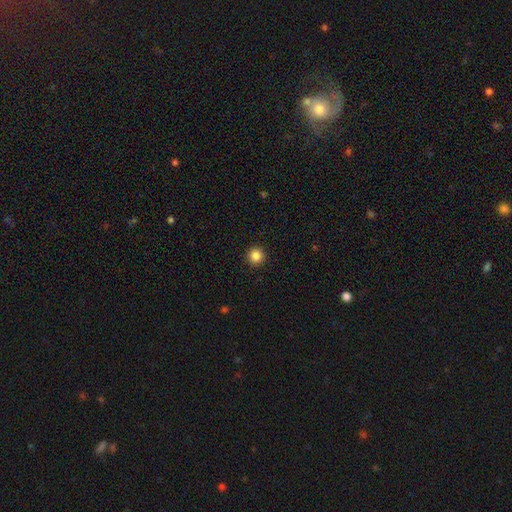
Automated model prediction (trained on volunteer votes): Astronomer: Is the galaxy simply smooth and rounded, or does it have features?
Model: smooth — 86%.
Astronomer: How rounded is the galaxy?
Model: round — 96%.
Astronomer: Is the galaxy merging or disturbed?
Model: none — 93%.